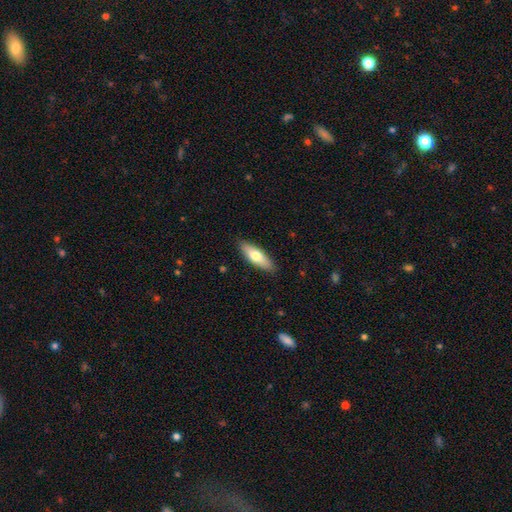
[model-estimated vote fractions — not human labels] This appears to be a smooth galaxy with no disk features (67%) that is in between round and cigar-shaped (56%). Merging: none (88%).